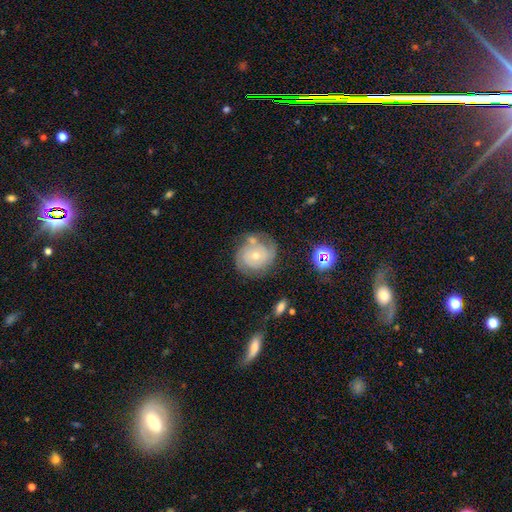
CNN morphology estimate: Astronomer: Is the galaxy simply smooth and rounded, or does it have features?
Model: featured or disk — 72%.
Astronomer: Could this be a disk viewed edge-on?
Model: no — 97%.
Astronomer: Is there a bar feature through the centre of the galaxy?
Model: no — 77%.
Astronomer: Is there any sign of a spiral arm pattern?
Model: yes — 88%.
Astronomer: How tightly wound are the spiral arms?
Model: tight — 65%.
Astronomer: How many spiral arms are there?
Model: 2 — 38% (runner-up: can't tell, 33%).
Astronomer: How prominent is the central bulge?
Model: small — 55% (runner-up: moderate, 41%).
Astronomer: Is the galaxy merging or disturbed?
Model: none — 62%.